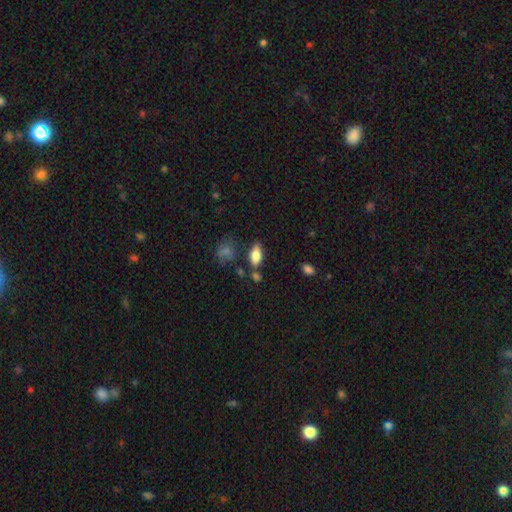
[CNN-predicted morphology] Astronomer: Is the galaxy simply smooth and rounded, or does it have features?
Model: smooth — 79%.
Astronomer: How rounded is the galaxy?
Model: in between — 85%.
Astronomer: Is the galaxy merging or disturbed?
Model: none — 65%.